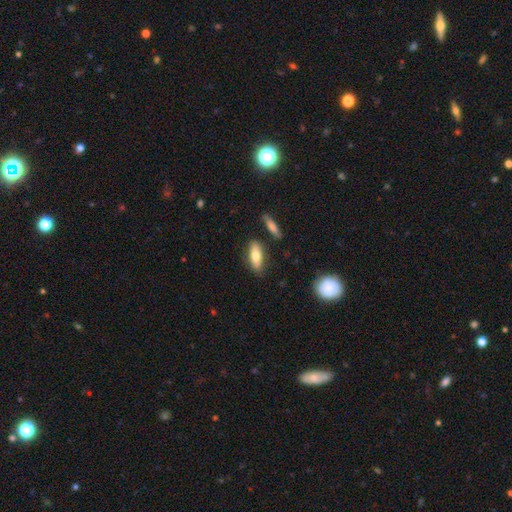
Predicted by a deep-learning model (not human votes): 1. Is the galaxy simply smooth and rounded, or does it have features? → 72% smooth, 22% featured or disk, 7% star or artifact.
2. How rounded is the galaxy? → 69% in between, 28% cigar-shaped, 3% round.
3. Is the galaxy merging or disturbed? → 82% none, 11% minor disturbance, 4% merger, 3% major disturbance.